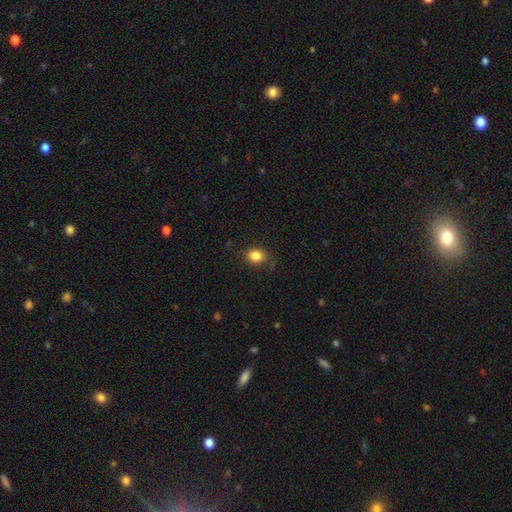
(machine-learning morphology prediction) smooth_or_featured: smooth (p=0.84) [alt: star or artifact p=0.11]
how_rounded: round (p=0.55) [alt: in between p=0.44]
merging: none (p=0.81) [alt: minor disturbance p=0.14]